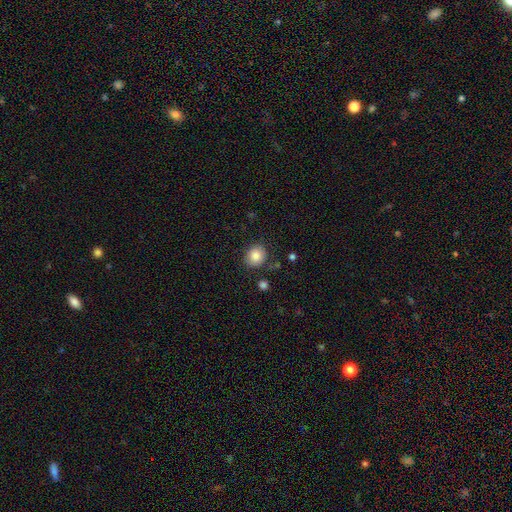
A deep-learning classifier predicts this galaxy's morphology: smooth_or_featured: smooth (p=0.84) [alt: star or artifact p=0.09]
how_rounded: round (p=0.72) [alt: in between p=0.27]
merging: none (p=0.82) [alt: minor disturbance p=0.12]